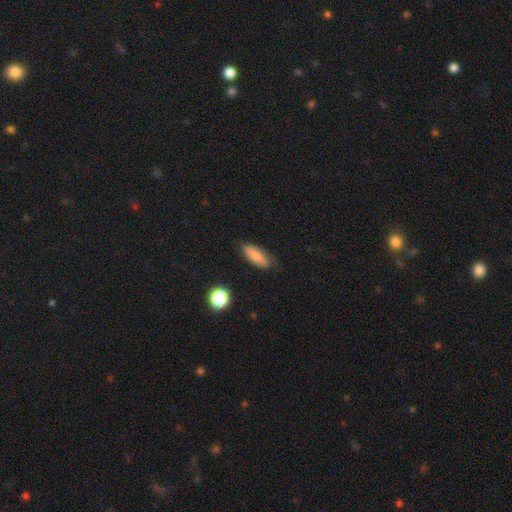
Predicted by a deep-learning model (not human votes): A smooth galaxy with no disk features (80%) that is in between round and cigar-shaped (66%).

Vote fractions:
- Smooth or featured? smooth: 80% / featured or disk: 12% / star or artifact: 8%
- How rounded? in between: 66% / cigar-shaped: 31% / round: 3%
- Merging? none: 79% / minor disturbance: 17% / major disturbance: 3% / merger: 2%